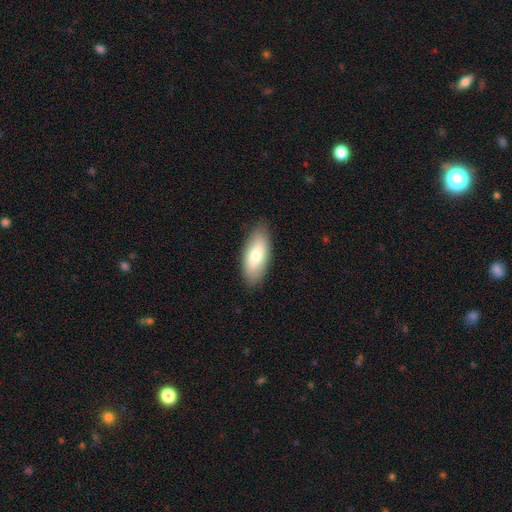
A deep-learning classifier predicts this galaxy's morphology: type=smooth (75%); roundness=in between (85%); merging=none (86%).